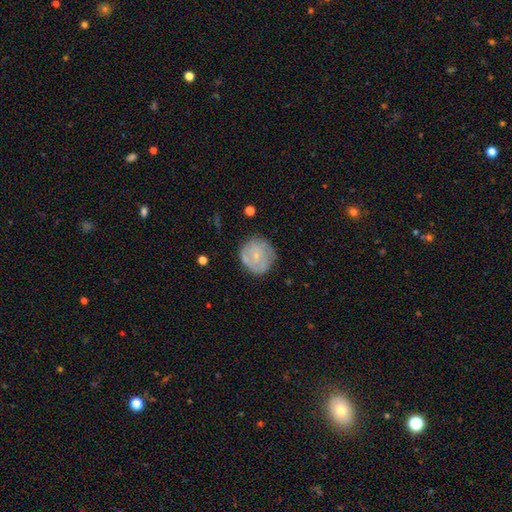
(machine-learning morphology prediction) type=smooth (47%); merging=none (72%).